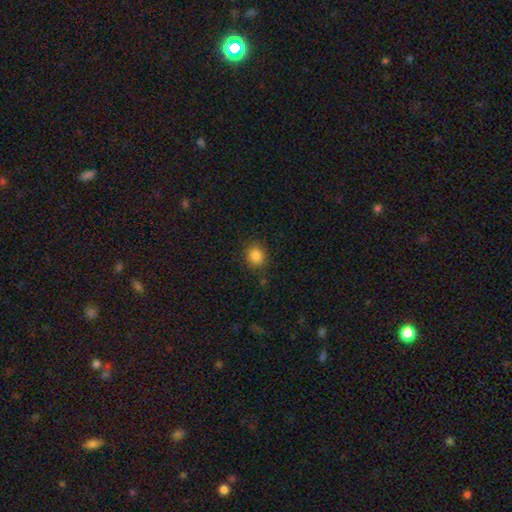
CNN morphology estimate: smooth_or_featured: smooth (p=0.85) [alt: star or artifact p=0.11]
how_rounded: round (p=0.74) [alt: in between p=0.25]
merging: none (p=0.84) [alt: minor disturbance p=0.11]